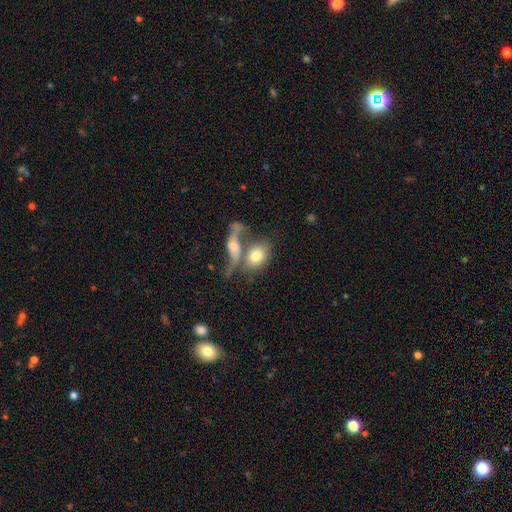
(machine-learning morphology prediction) Smooth or featured? smooth (71%)
How rounded? in between (71%)
Merging? merger (49%)